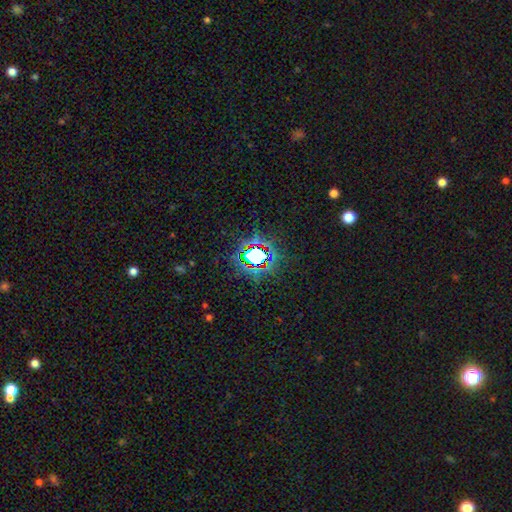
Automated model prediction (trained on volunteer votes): Smooth or featured? star or artifact (73%)